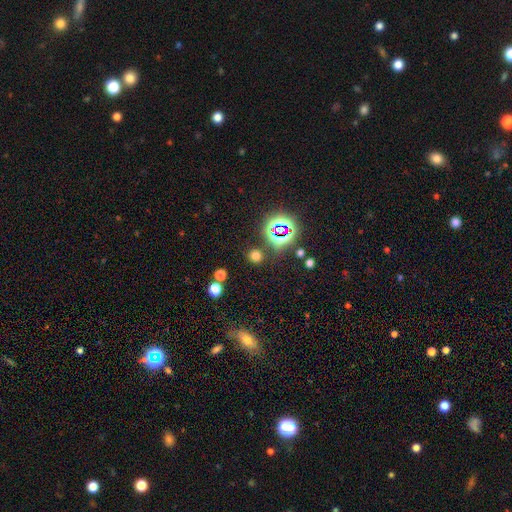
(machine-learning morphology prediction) This appears to be a smooth galaxy with no disk features (64%) that is round (85%). Merging: none (84%).